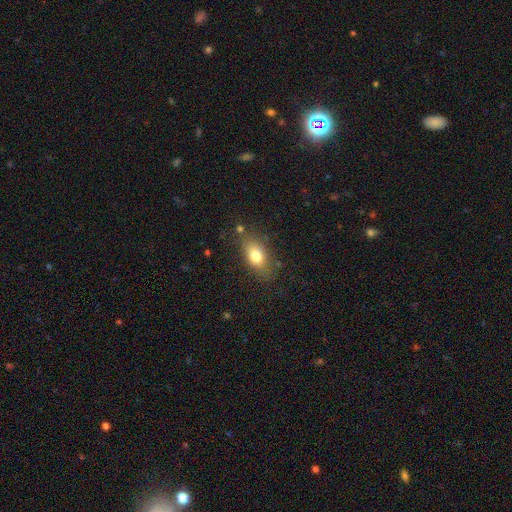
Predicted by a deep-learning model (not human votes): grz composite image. It shows a smooth galaxy with no disk features (78%) that is in between round and cigar-shaped (83%). Merging: none (75%).